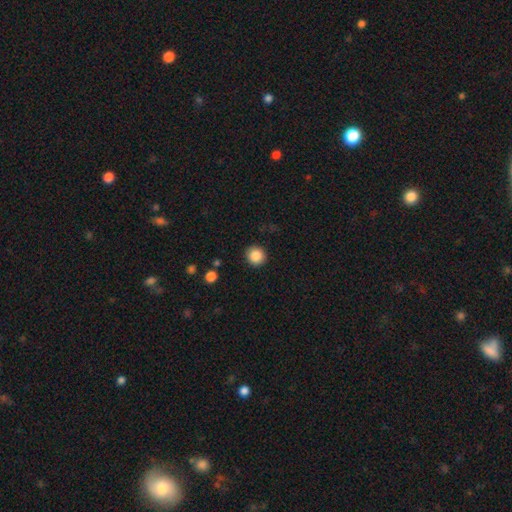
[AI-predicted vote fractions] Morphology: type=smooth (86%); roundness=round (91%); merging=none (92%).